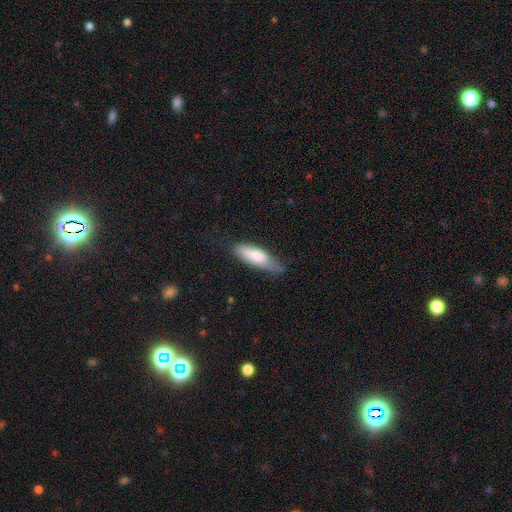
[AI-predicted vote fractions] Morphology: type=smooth (72%); roundness=in between (52%); merging=none (57%).